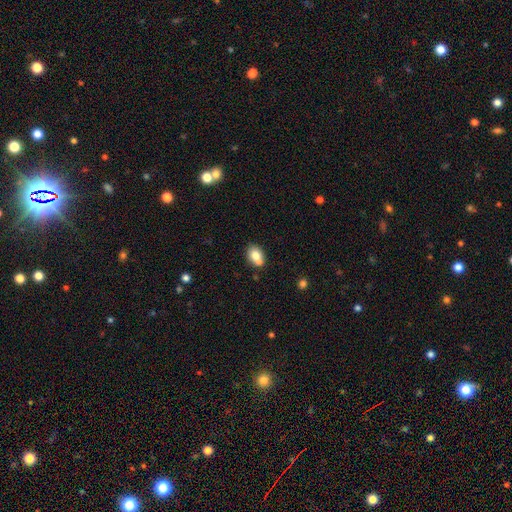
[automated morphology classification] smooth 77%, featured or disk 14%, star or artifact 9%. Down the decision tree: how rounded — in between (67%); merging — none (53%).